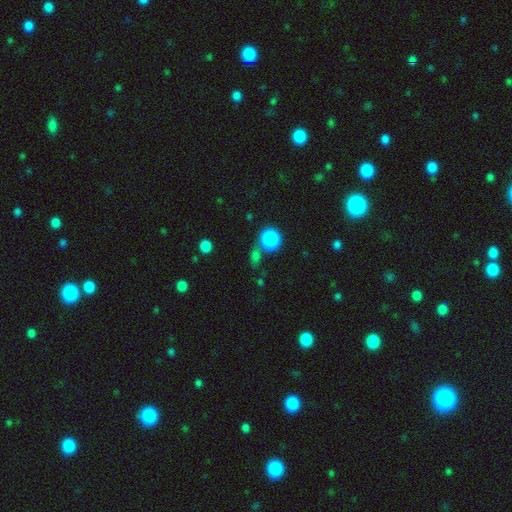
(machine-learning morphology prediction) A smooth galaxy with no disk features (66%) that is round (56%). Merging: none (62%).